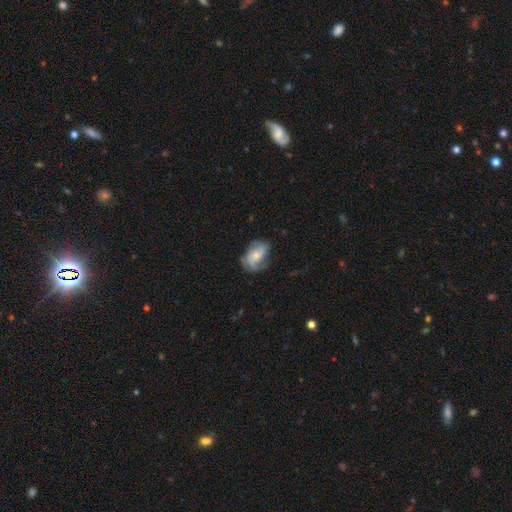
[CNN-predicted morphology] Smooth or featured: featured or disk — 58% (smooth — 35%)
Edge-on disk: no — 96% (yes — 4%)
Bar: no — 62% (weak — 29%)
Spiral arms: yes — 84% (no — 16%)
Bulge size: moderate — 45% (small — 44%)
Merging: none — 54% (minor disturbance — 28%)